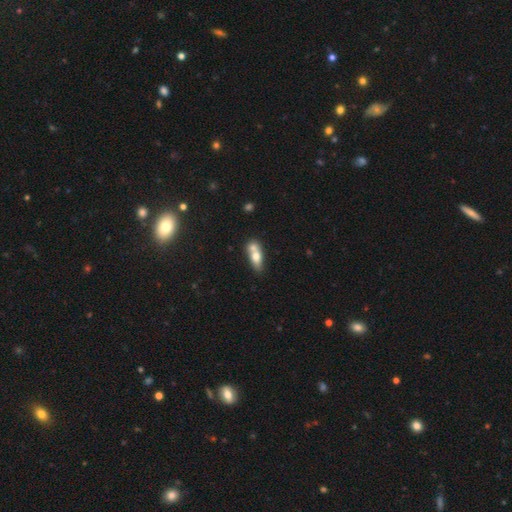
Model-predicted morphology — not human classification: smooth 67%, featured or disk 26%, star or artifact 8%. Down the decision tree: how rounded — in between (71%); merging — merger (55%).